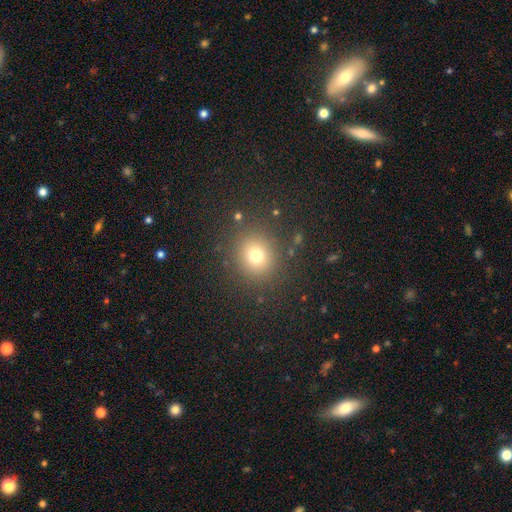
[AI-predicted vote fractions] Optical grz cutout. It shows a smooth galaxy with no disk features (74%) that is round (85%). Merging: none (86%).